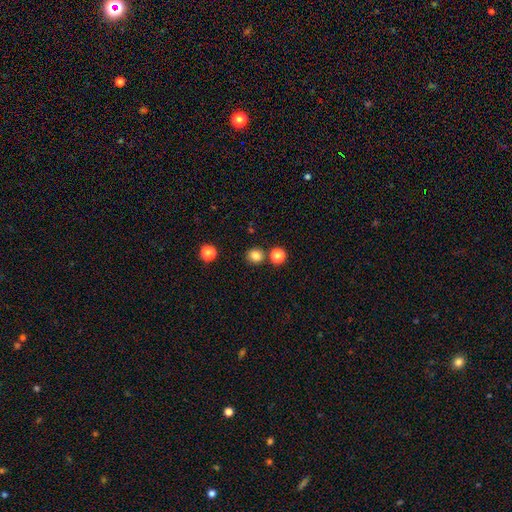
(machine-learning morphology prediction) type=smooth (82%); roundness=round (86%); merging=none (82%).